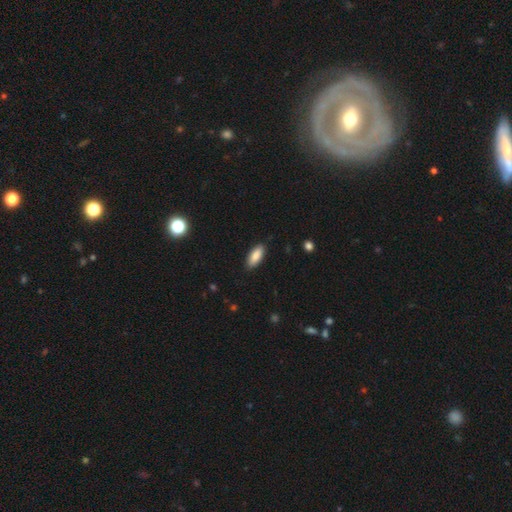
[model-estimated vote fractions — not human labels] This appears to be a smooth galaxy with no disk features (87%) that is in between round and cigar-shaped (82%). Merging: none (88%).